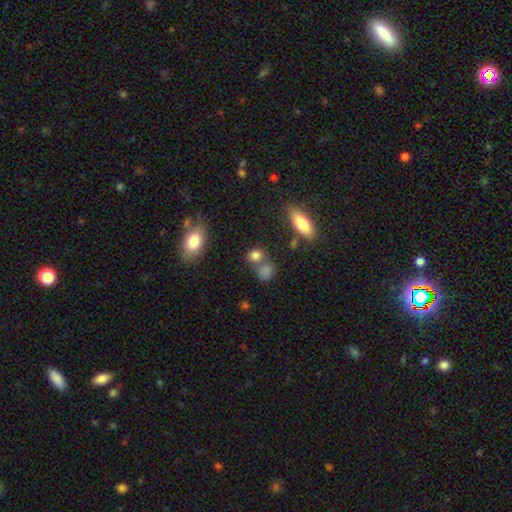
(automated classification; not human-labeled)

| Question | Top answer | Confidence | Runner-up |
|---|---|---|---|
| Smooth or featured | smooth | 81% | star or artifact (12%) |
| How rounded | round | 60% | in between (37%) |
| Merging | none | 55% | merger (28%) |